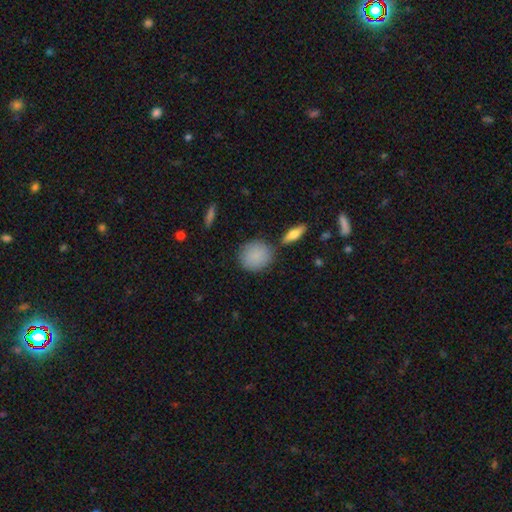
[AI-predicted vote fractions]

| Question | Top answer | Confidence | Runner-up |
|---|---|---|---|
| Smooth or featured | smooth | 87% | star or artifact (7%) |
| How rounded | round | 76% | in between (22%) |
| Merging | none | 79% | minor disturbance (12%) |